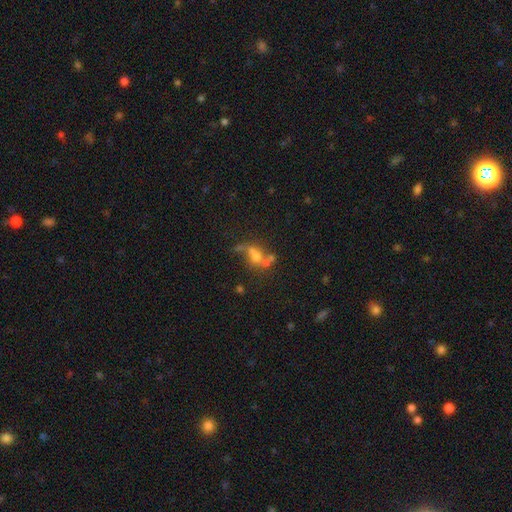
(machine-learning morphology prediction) This appears to be a smooth galaxy with no disk features (45%). Merging: merger (42%).